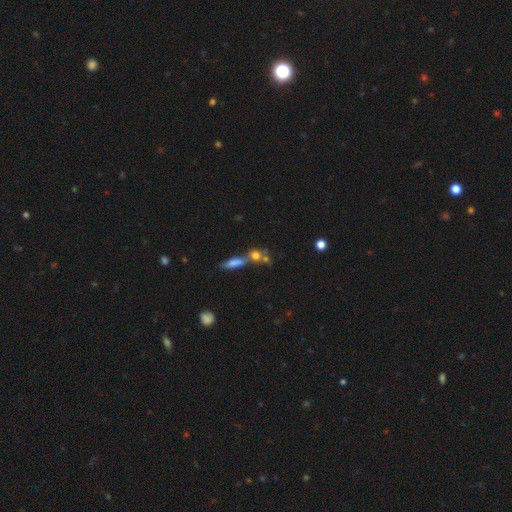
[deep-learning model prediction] Smooth or featured?
  - smooth: 63% *
  - featured or disk: 21%
  - star or artifact: 16%
How rounded?
  - round: 52% *
  - in between: 27%
  - cigar-shaped: 21%
Merging?
  - merger: 48% *
  - none: 38%
  - minor disturbance: 8%
  - major disturbance: 6%